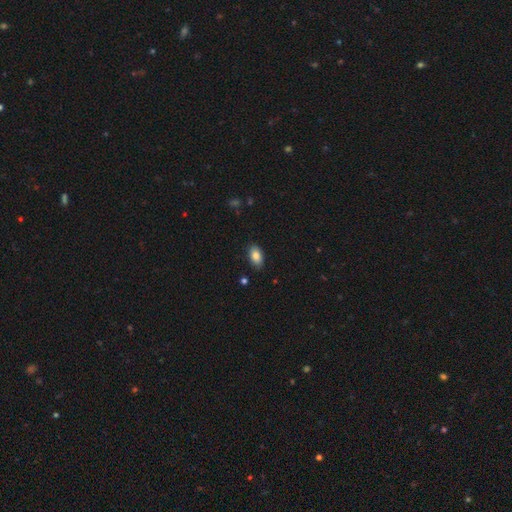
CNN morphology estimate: Q: Smooth or featured?
A: smooth (85%); runner-up: featured or disk (8%)
Q: How rounded?
A: in between (93%); runner-up: round (5%)
Q: Merging?
A: none (86%); runner-up: minor disturbance (10%)